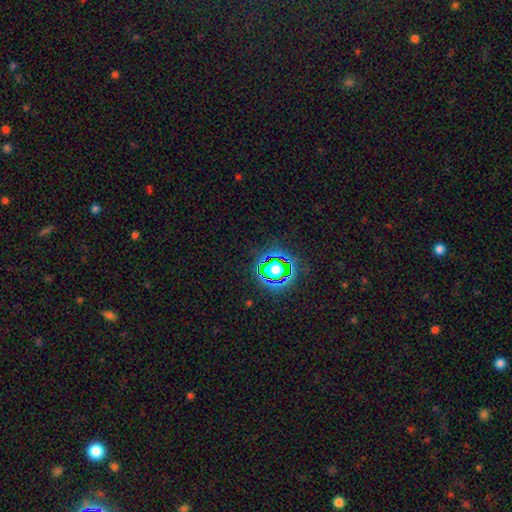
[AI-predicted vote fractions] A star or artifact, not a galaxy (73%).

Vote fractions:
- Smooth or featured? star or artifact: 73% / smooth: 19% / featured or disk: 8%